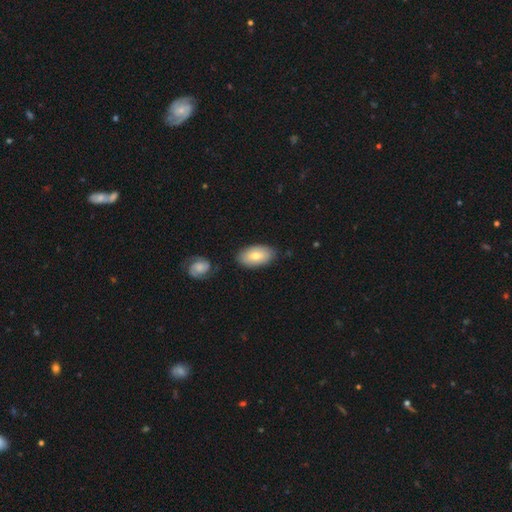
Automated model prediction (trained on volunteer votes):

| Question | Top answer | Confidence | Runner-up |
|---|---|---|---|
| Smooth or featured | smooth | 71% | featured or disk (23%) |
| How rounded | in between | 93% | round (5%) |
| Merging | none | 80% | minor disturbance (13%) |